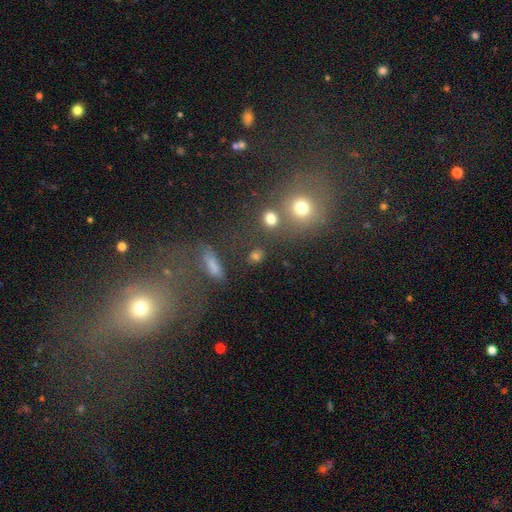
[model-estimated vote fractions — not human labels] Smooth or featured? smooth (72%)
How rounded? round (56%)
Merging? none (69%)